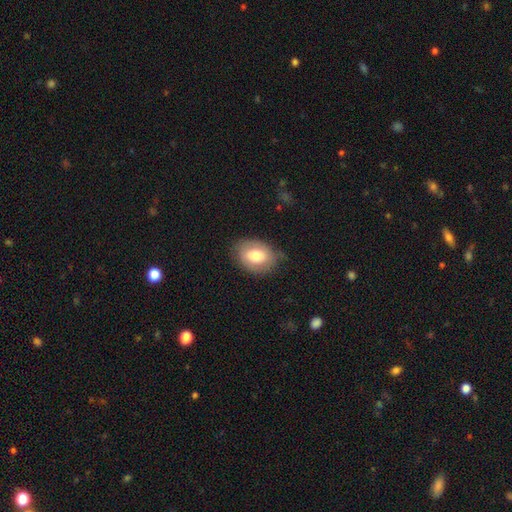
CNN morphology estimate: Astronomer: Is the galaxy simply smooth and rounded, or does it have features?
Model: smooth — 69%.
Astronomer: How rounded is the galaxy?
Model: in between — 76%.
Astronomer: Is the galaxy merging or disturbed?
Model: none — 74%.